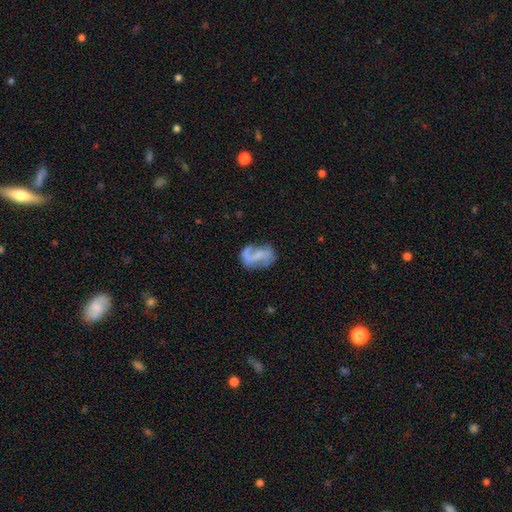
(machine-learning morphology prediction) Smooth or featured?
  - featured or disk: 72% *
  - smooth: 20%
  - star or artifact: 8%
Edge-on disk?
  - no: 97% *
  - yes: 3%
Bar?
  - weak: 39% *
  - no: 36%
  - strong: 24%
Spiral arms?
  - yes: 84% *
  - no: 16%
Spiral winding?
  - loose: 59% *
  - medium: 31%
  - tight: 11%
Spiral arm count?
  - 2: 80% *
  - 1: 10%
  - can't tell: 6%
  - 3: 1%
  - 4: 1%
  - more than 4: 1%
Bulge size?
  - none: 56% *
  - small: 26%
  - moderate: 14%
  - large: 3%
  - dominant: 1%
Merging?
  - none: 57% *
  - minor disturbance: 22%
  - major disturbance: 17%
  - merger: 4%